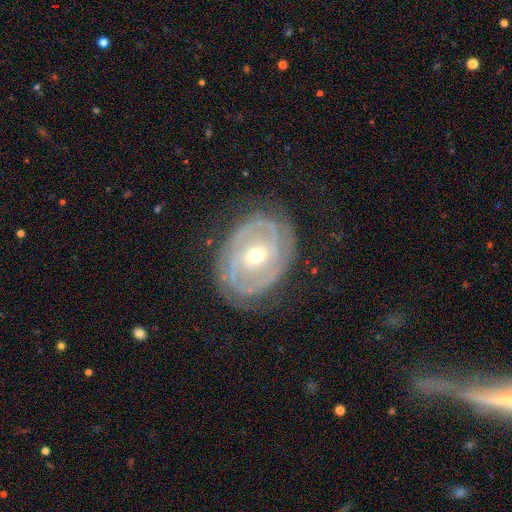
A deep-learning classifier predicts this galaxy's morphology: This is clearly a featured or disk galaxy (85%). It is clearly not viewed edge-on (96%). Bar: marginally no (44%). Spiral arm pattern: clearly yes (89%). Spiral arm count: possibly 2 (46%). Spiral winding: likely tight (65%). Central bulge: likely moderate (65%). Merging: likely none (76%).